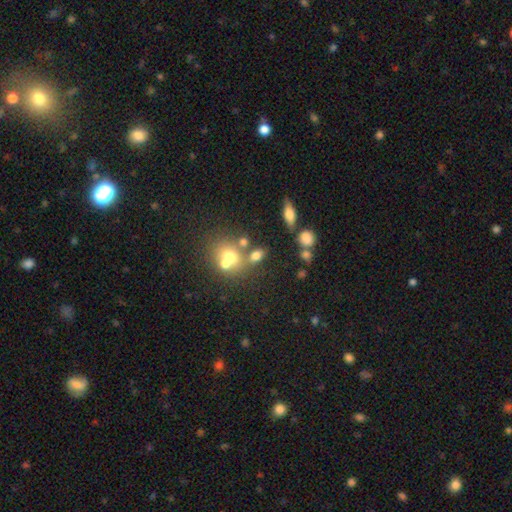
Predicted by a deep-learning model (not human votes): Q: Smooth or featured?
A: smooth (65%); runner-up: featured or disk (19%)
Q: How rounded?
A: in between (54%); runner-up: round (43%)
Q: Merging?
A: none (44%); runner-up: merger (38%)